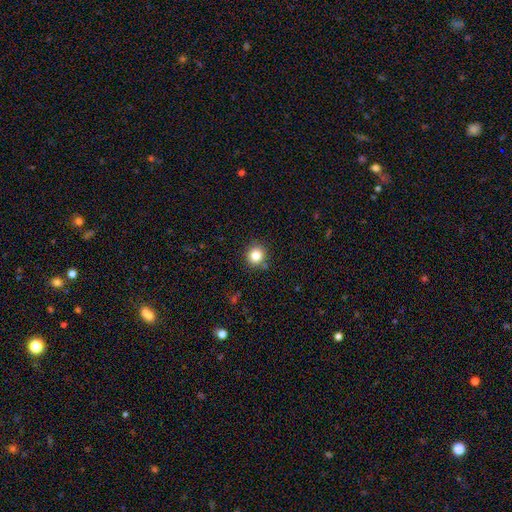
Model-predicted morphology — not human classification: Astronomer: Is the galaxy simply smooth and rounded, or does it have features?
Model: smooth — 82%.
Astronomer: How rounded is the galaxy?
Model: round — 90%.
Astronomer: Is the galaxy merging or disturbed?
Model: none — 87%.